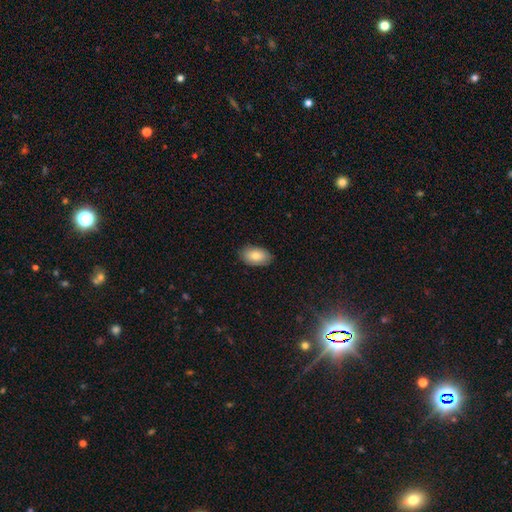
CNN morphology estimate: smooth-or-featured: smooth: 83% | featured or disk: 11% | star or artifact: 7%
  how-rounded: in between: 93% | round: 5% | cigar-shaped: 1%
  merging: none: 86% | minor disturbance: 11% | major disturbance: 2% | merger: 1%